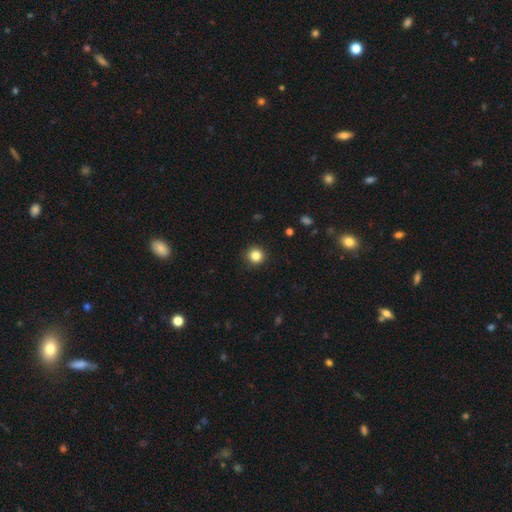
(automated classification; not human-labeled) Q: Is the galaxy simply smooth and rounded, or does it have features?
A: smooth — 84%.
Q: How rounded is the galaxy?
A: round — 94%.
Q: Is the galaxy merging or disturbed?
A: none — 92%.